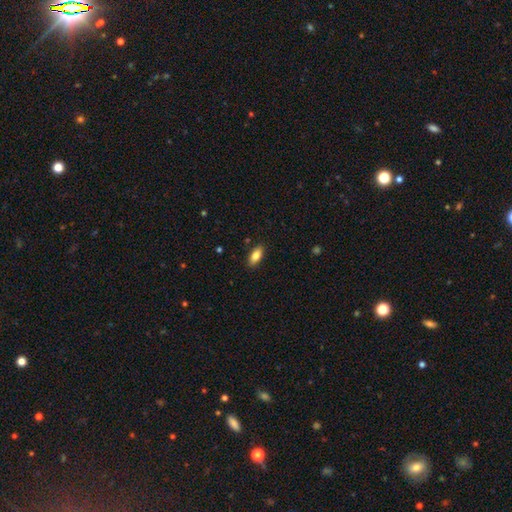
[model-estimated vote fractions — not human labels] smooth-or-featured: smooth: 83% | featured or disk: 10% | star or artifact: 7%
  how-rounded: in between: 86% | cigar-shaped: 12% | round: 3%
  merging: none: 88% | minor disturbance: 9% | major disturbance: 2% | merger: 1%